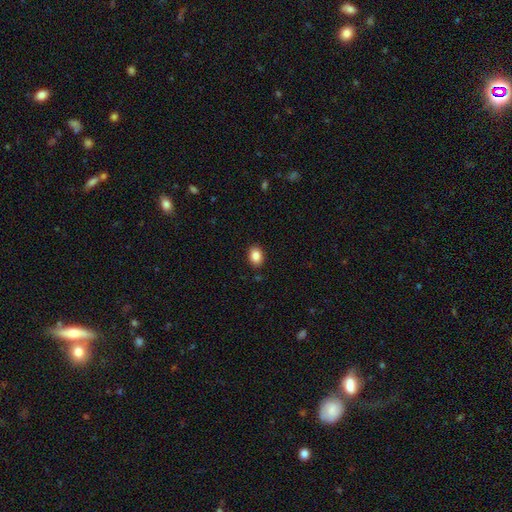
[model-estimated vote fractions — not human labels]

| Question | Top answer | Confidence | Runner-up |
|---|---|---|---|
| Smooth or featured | smooth | 86% | star or artifact (9%) |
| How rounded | in between | 73% | round (26%) |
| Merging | none | 89% | minor disturbance (8%) |